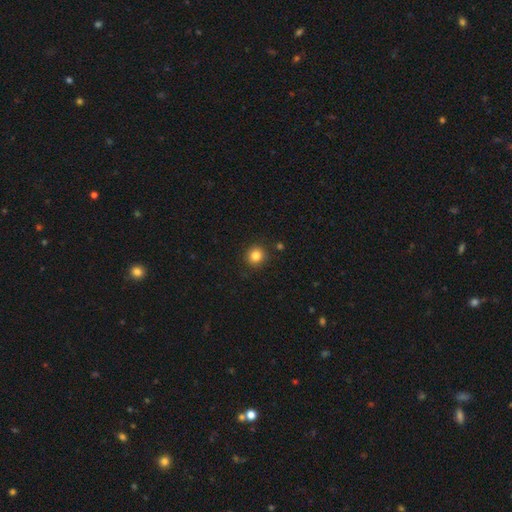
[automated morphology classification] Overall: smooth (83%). How rounded: round (92%). Merging: none (90%).